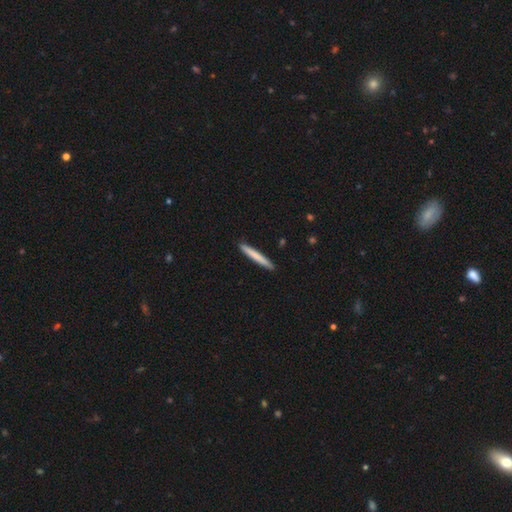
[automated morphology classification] type=smooth (76%); roundness=cigar-shaped (97%); merging=none (92%).